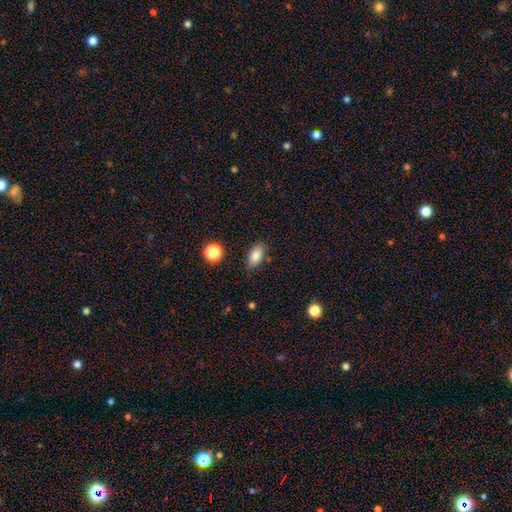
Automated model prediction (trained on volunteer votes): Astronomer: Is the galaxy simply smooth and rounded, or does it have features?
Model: smooth — 83%.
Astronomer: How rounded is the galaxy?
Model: in between — 88%.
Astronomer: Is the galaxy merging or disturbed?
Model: none — 82%.